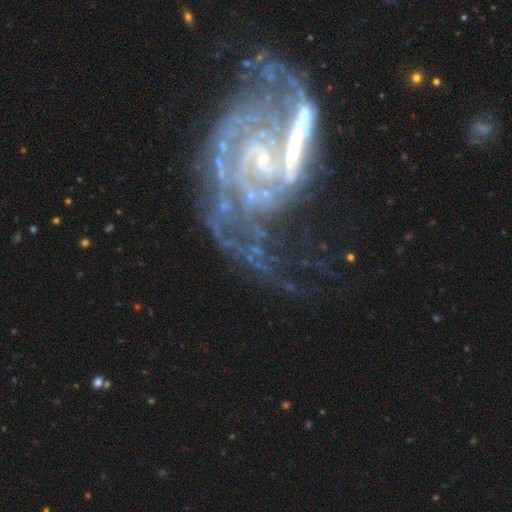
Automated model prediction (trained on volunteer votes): This is clearly a featured or disk galaxy (85%). It is clearly not viewed edge-on (96%). Bar: marginally no (42%). Spiral arm pattern: clearly yes (86%). Spiral arm count: marginally 2 (38%). Spiral winding: marginally tight (37%, tied with medium). Central bulge: possibly small (57%). Merging: marginally major disturbance (38%).